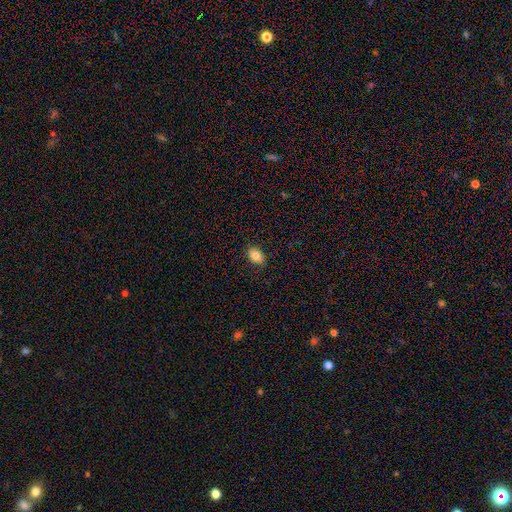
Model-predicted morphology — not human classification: Smooth or featured? smooth (82%)
How rounded? in between (81%)
Merging? none (87%)